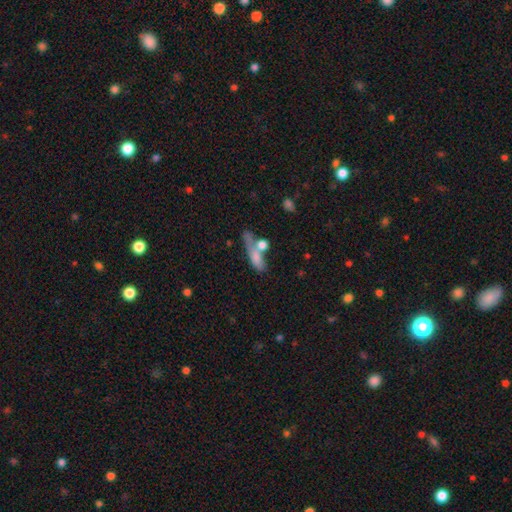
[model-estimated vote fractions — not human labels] A smooth galaxy with no disk features (64%) that is in between round and cigar-shaped (46%).

Vote fractions:
- Smooth or featured? smooth: 64% / featured or disk: 25% / star or artifact: 10%
- How rounded? in between: 46% / cigar-shaped: 43% / round: 11%
- Merging? merger: 42% / none: 26% / major disturbance: 18% / minor disturbance: 14%